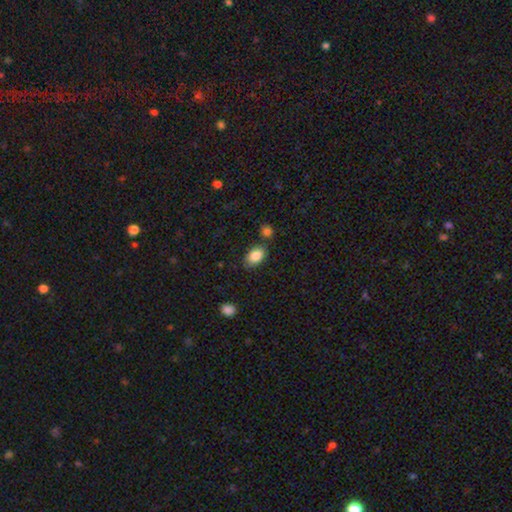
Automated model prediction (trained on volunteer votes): Smooth or featured? Predicted: smooth (p=0.86). How rounded? Predicted: in between (p=0.88). Merging? Predicted: none (p=0.74).